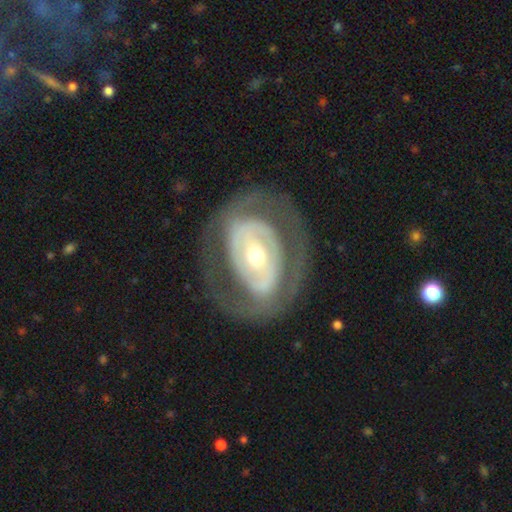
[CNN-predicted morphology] featured or disk 78%, smooth 17%, star or artifact 5%. Down the decision tree: edge-on disk — no (95%); bar — no (44%); spiral arms — yes (52%); bulge size — moderate (52%); merging — none (72%).